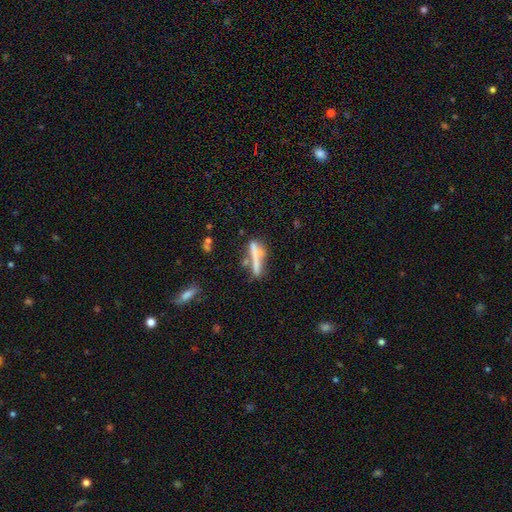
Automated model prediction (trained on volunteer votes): smooth-or-featured: smooth: 55% | featured or disk: 34% | star or artifact: 11%
  how-rounded: cigar-shaped: 82% | in between: 15% | round: 3%
  merging: none: 44% | merger: 27% | minor disturbance: 18% | major disturbance: 11%